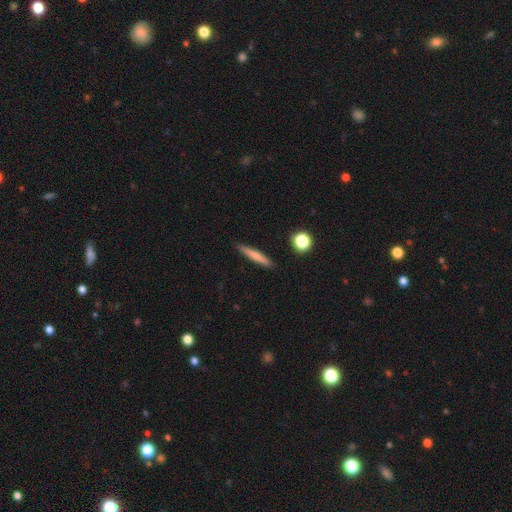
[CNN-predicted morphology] This appears to be a smooth galaxy with no disk features (70%) that is cigar-shaped (93%). Merging: none (89%).